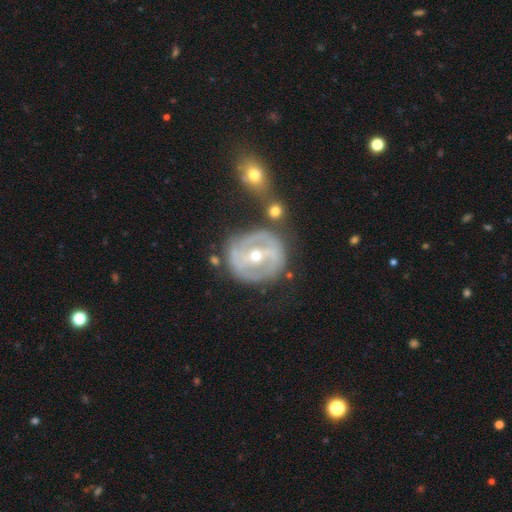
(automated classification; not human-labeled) smooth-or-featured: featured or disk: 83% | smooth: 12% | star or artifact: 5%
  disk-edge-on: no: 96% | yes: 4%
    bar: strong: 48% | weak: 35% | no: 17%
    has-spiral-arms: yes: 78% | no: 22%
      spiral-winding: tight: 55% | medium: 33% | loose: 12%
      spiral-arm-count: 2: 60% | can't tell: 21% | 3: 11% | 1: 3% | 4: 3% | more than 4: 2%
    bulge-size: moderate: 50% | small: 48% | large: 1% | none: 1% | dominant: 1%
  merging: none: 65% | minor disturbance: 17% | merger: 10% | major disturbance: 9%